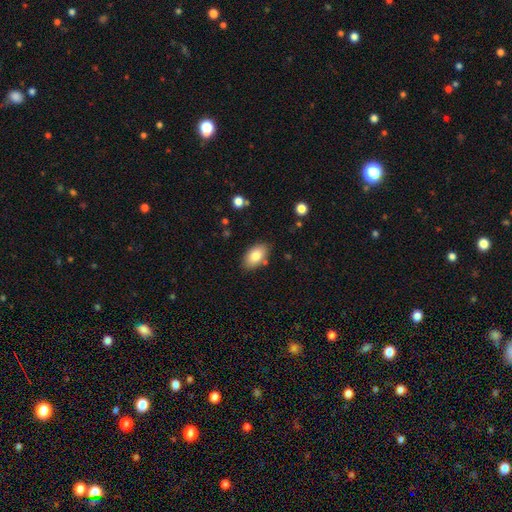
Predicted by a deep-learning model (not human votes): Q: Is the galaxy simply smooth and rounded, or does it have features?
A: smooth — 81%.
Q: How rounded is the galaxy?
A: in between — 93%.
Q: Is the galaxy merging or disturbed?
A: none — 83%.